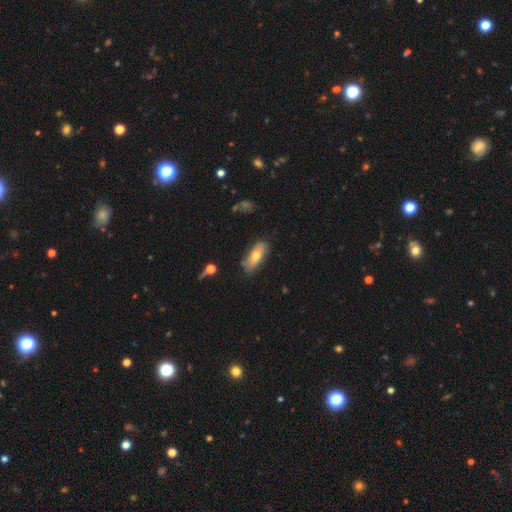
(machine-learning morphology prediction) This is likely a smooth galaxy (64%). How rounded: likely in between (78%). Merging: likely none (71%).